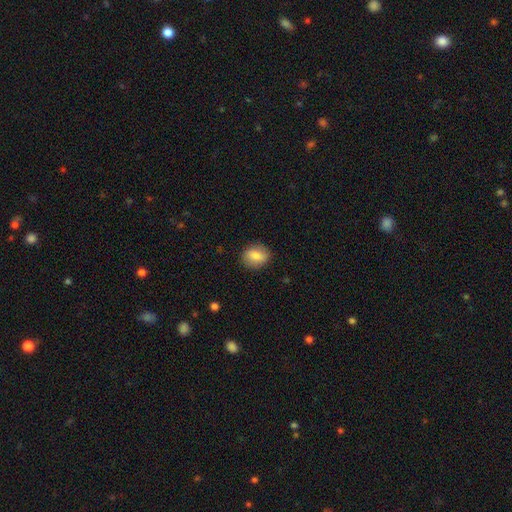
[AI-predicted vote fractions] This appears to be a smooth galaxy with no disk features (82%) that is in between round and cigar-shaped (57%). Merging: none (82%).